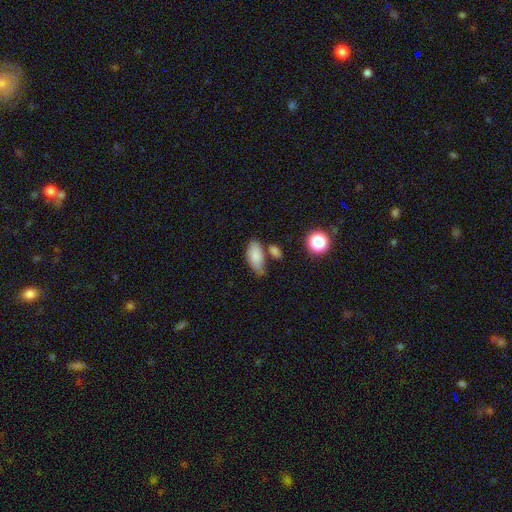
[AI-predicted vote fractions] This appears to be a smooth galaxy with no disk features (85%) that is in between round and cigar-shaped (89%). Merging: none (55%).